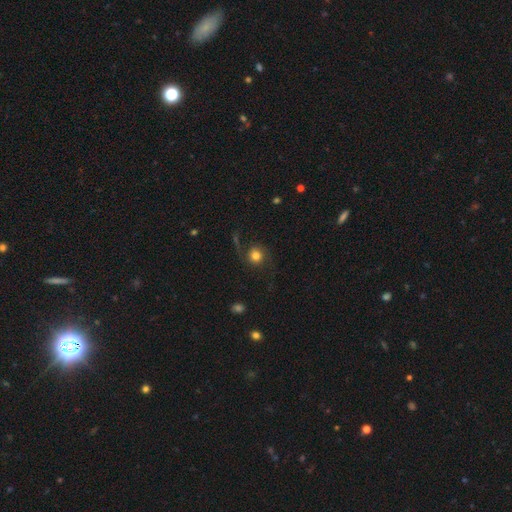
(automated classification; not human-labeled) Overall: smooth (57%; featured or disk 32%). How rounded: round (90%). Merging: none (69%).